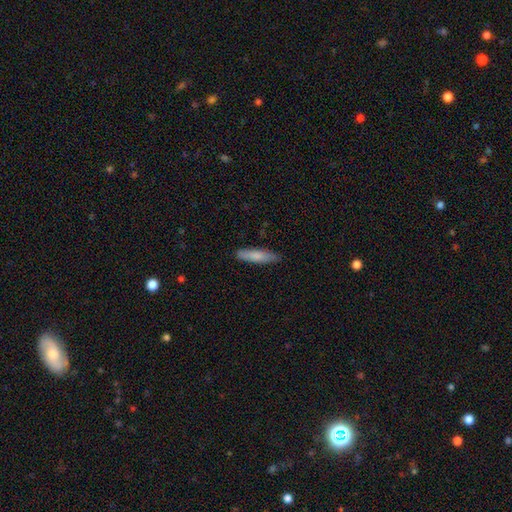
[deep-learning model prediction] The model was most divided on "how rounded": cigar-shaped: 77%, in between: 22%, round: 1%. More confident: merging — none (86%); smooth or featured — smooth (80%).